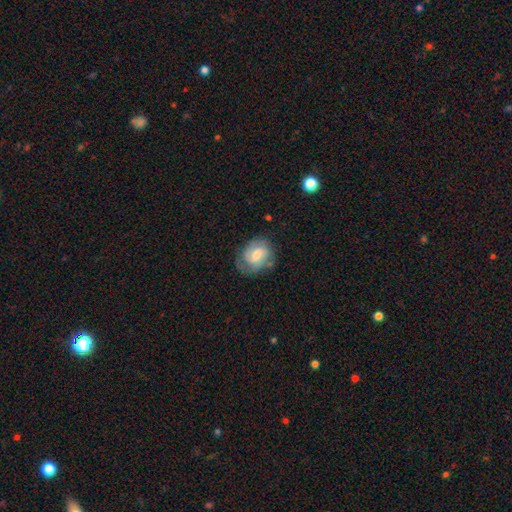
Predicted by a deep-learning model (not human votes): Smooth or featured? Predicted: featured or disk (p=0.52). Edge-on disk? Predicted: no (p=0.97). Bar? Predicted: weak (p=0.52). Spiral arms? Predicted: yes (p=0.81). Bulge size? Predicted: moderate (p=0.50). Merging? Predicted: none (p=0.64).